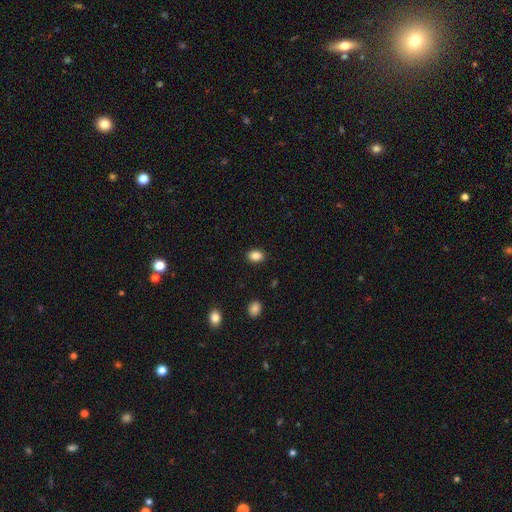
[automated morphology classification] Overall: smooth (86%). How rounded: in between (70%). Merging: none (90%).